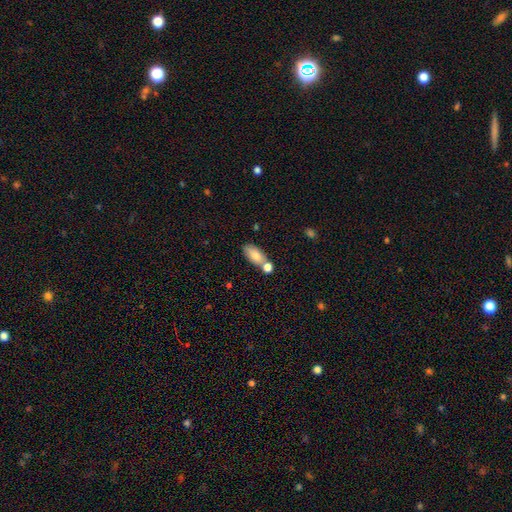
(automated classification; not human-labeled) This appears to be a smooth galaxy with no disk features (79%) that is in between round and cigar-shaped (88%). Merging: none (58%).